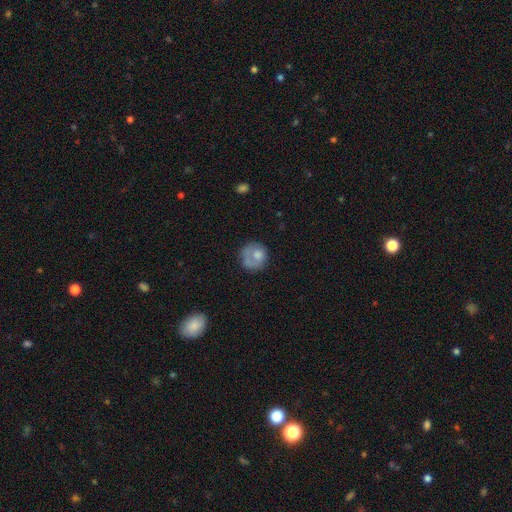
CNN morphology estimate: Smooth or featured? smooth (61%)
How rounded? round (82%)
Merging? none (53%)